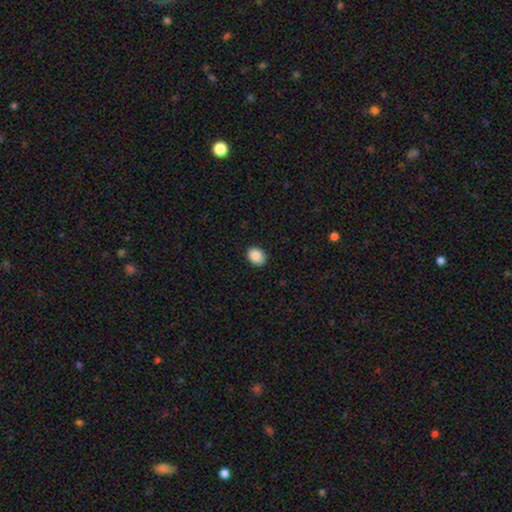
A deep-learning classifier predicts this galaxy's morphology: smooth-or-featured: smooth: 89% | star or artifact: 8% | featured or disk: 3%
  how-rounded: in between: 64% | round: 35% | cigar-shaped: 1%
  merging: none: 87% | minor disturbance: 10% | major disturbance: 2% | merger: 1%